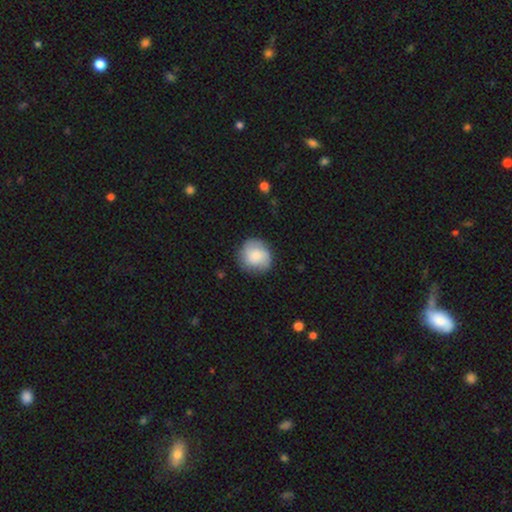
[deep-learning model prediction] A smooth galaxy with no disk features (76%) that is round (88%).

Vote fractions:
- Smooth or featured? smooth: 76% / featured or disk: 18% / star or artifact: 7%
- How rounded? round: 88% / in between: 11% / cigar-shaped: 1%
- Merging? none: 79% / minor disturbance: 15% / major disturbance: 4% / merger: 1%